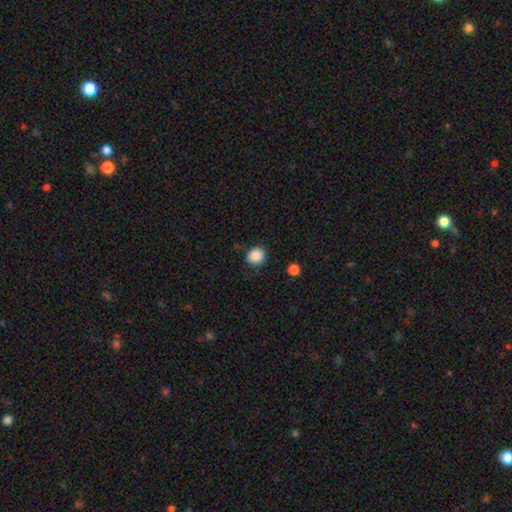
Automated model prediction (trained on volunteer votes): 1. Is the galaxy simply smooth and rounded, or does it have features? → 87% smooth, 10% star or artifact, 3% featured or disk.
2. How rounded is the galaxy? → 81% round, 18% in between, 1% cigar-shaped.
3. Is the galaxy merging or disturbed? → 82% none, 13% minor disturbance, 3% major disturbance, 2% merger.